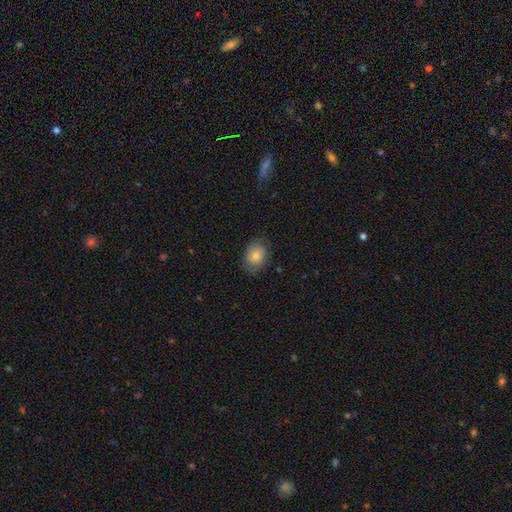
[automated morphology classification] Smooth or featured? smooth (80%)
How rounded? in between (63%)
Merging? none (77%)